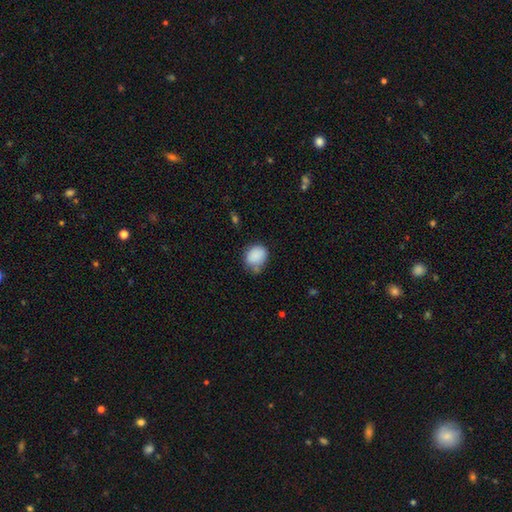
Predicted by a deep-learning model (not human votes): A smooth galaxy with no disk features (87%) that is round (50%).

Vote fractions:
- Smooth or featured? smooth: 87% / star or artifact: 8% / featured or disk: 5%
- How rounded? round: 50% / in between: 49% / cigar-shaped: 1%
- Merging? none: 59% / minor disturbance: 29% / major disturbance: 7% / merger: 5%